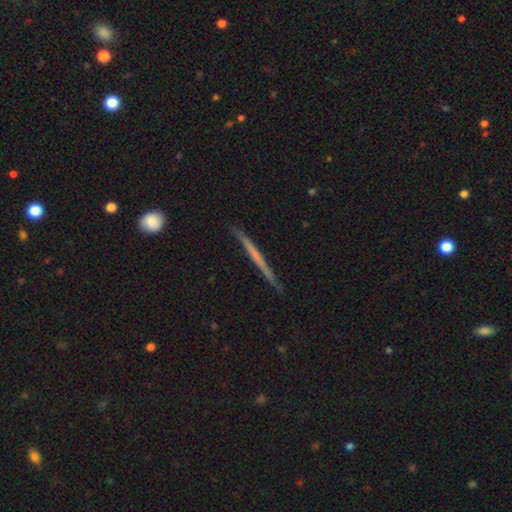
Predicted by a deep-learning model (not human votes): Q: Smooth or featured?
A: featured or disk (58%); runner-up: smooth (36%)
Q: Edge-on disk?
A: yes (97%); runner-up: no (3%)
Q: Edge-on bulge?
A: none (86%); runner-up: rounded (9%)
Q: Merging?
A: none (88%); runner-up: minor disturbance (9%)